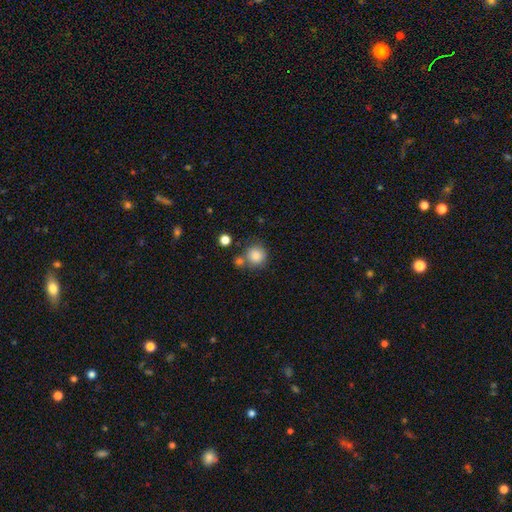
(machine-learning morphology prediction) Q: Smooth or featured?
A: smooth (85%); runner-up: star or artifact (9%)
Q: How rounded?
A: round (90%); runner-up: in between (9%)
Q: Merging?
A: none (64%); runner-up: merger (18%)